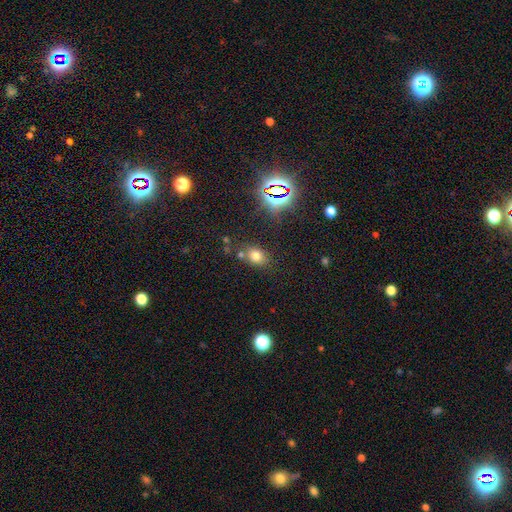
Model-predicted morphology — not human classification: The model was most divided on "how rounded": in between: 62%, round: 36%, cigar-shaped: 1%. More confident: merging — none (71%); smooth or featured — smooth (69%).